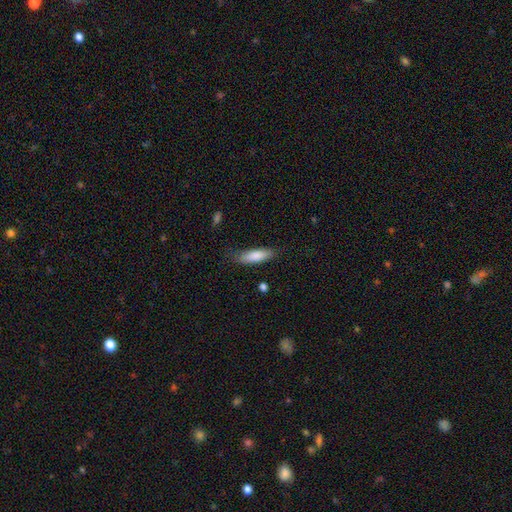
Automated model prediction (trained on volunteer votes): Smooth or featured: smooth — 84% (featured or disk — 10%)
How rounded: cigar-shaped — 52% (in between — 46%)
Merging: none — 75% (minor disturbance — 18%)